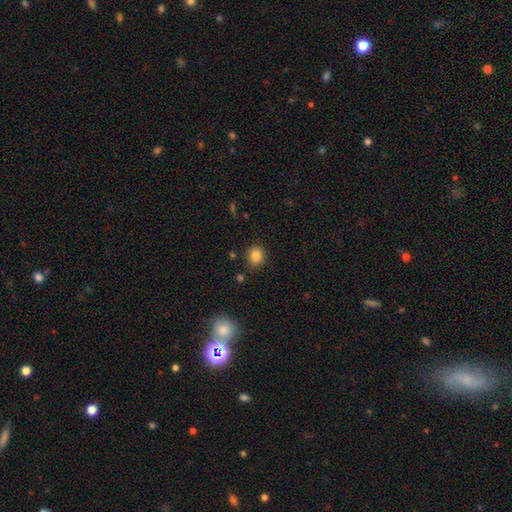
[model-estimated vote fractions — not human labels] Smooth or featured? Predicted: smooth (p=0.84). How rounded? Predicted: round (p=0.75). Merging? Predicted: none (p=0.87).